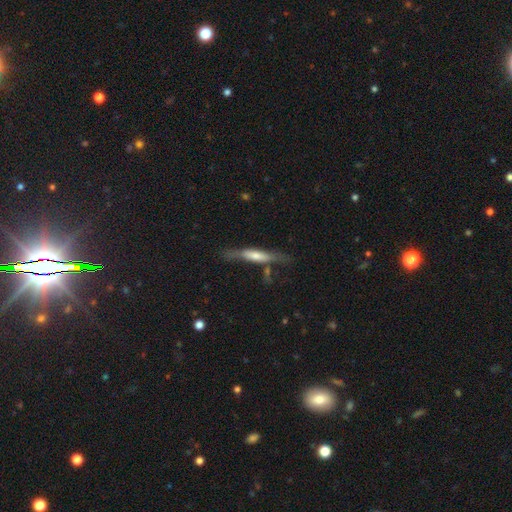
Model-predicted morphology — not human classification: type=featured or disk (58%); edge-on=yes (87%); edge-on bulge=rounded (57%); merging=none (64%).